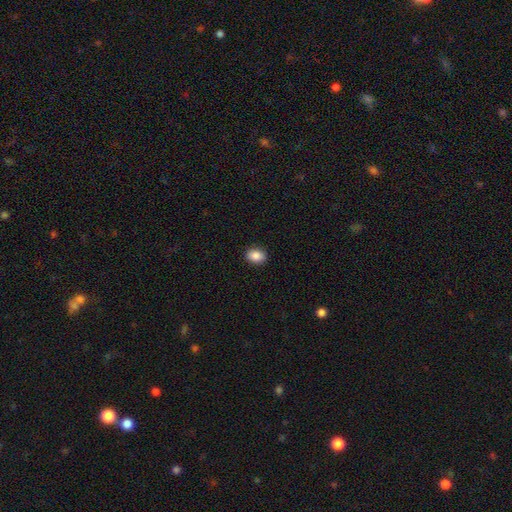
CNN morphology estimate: type=smooth (87%); roundness=in between (69%); merging=none (90%).